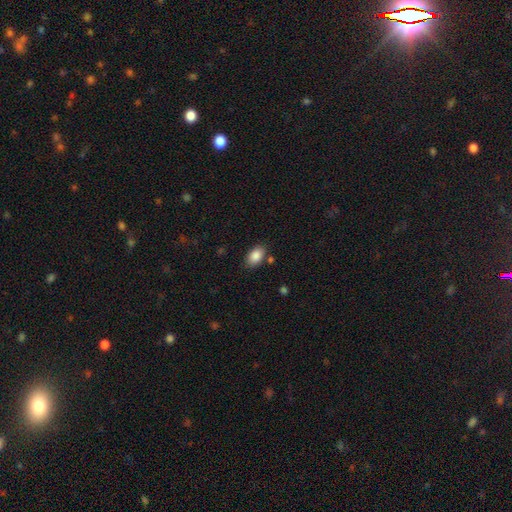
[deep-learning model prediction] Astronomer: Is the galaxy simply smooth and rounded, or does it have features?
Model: smooth — 87%.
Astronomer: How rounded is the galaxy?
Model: in between — 90%.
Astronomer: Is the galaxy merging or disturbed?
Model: none — 81%.